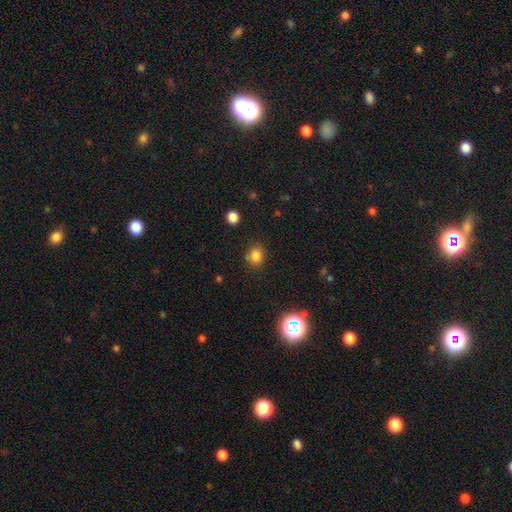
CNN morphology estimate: A smooth galaxy with no disk features (81%) that is round (73%). Merging: none (82%).